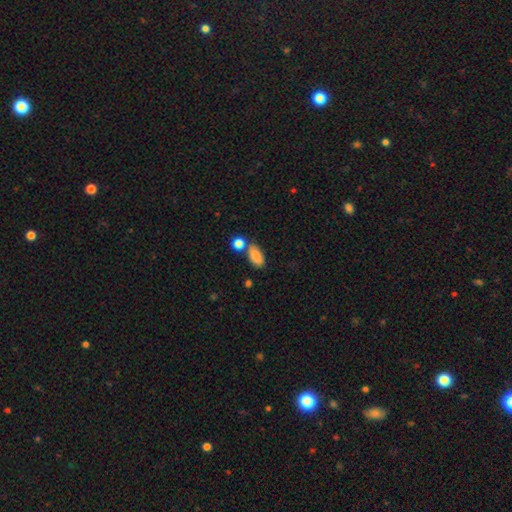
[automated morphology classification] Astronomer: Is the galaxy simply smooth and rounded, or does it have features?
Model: smooth — 84%.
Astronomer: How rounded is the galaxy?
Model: in between — 89%.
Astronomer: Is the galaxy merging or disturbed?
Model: none — 64%.